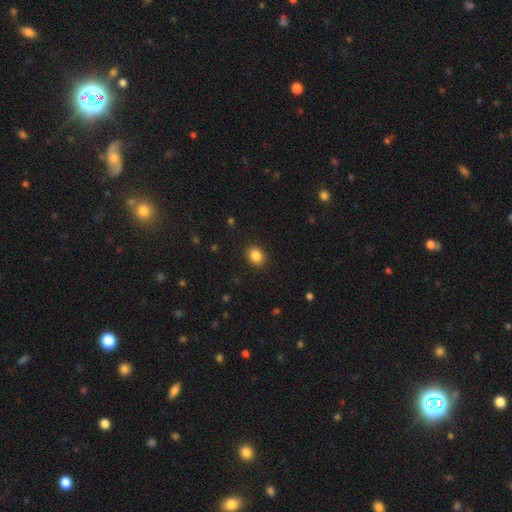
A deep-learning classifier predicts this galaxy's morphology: Smooth or featured? Predicted: smooth (p=0.86). How rounded? Predicted: in between (p=0.50). Merging? Predicted: none (p=0.90).